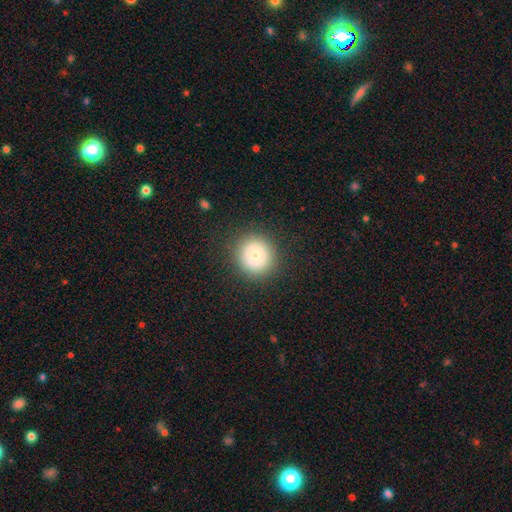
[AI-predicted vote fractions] smooth-or-featured: smooth: 73% | featured or disk: 16% | star or artifact: 10%
  how-rounded: round: 93% | in between: 6% | cigar-shaped: 1%
  merging: none: 86% | minor disturbance: 8% | major disturbance: 4% | merger: 1%